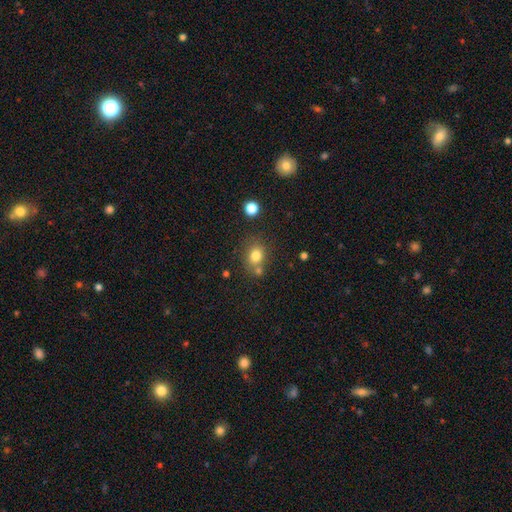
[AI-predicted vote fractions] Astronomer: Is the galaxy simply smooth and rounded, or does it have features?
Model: smooth — 79%.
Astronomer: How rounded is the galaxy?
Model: round — 65%.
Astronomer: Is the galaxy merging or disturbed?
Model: none — 64%.